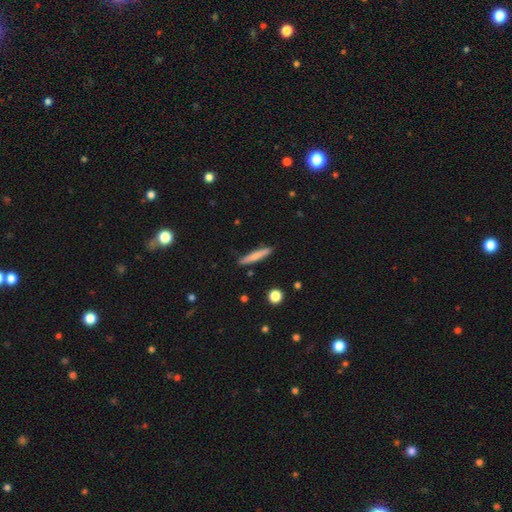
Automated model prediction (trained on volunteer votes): Smooth or featured: smooth — 75% (featured or disk — 19%)
How rounded: cigar-shaped — 93% (in between — 6%)
Merging: none — 88% (minor disturbance — 9%)